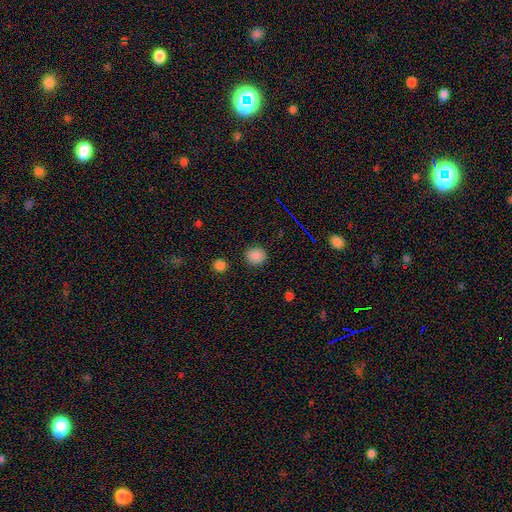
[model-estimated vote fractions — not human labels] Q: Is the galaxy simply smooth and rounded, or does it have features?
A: smooth — 84%.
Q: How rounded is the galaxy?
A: round — 86%.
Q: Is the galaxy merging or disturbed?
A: none — 89%.